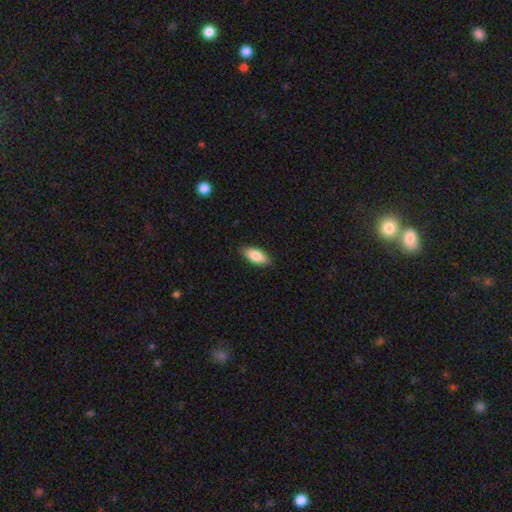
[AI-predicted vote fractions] smooth_or_featured: smooth (p=0.84) [alt: featured or disk p=0.09]
how_rounded: in between (p=0.87) [alt: cigar-shaped p=0.11]
merging: none (p=0.88) [alt: minor disturbance p=0.09]